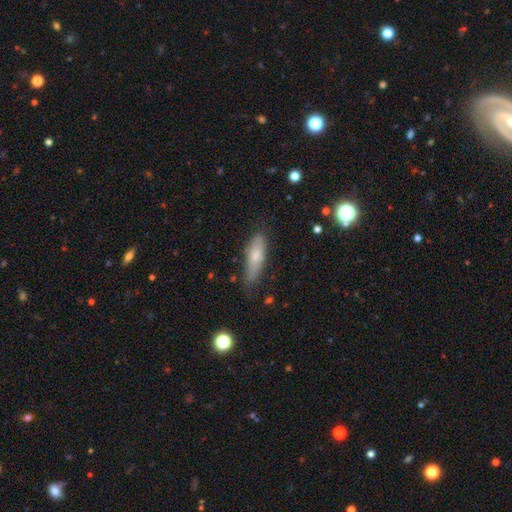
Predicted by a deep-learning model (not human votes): This is likely a smooth galaxy (71%). How rounded: possibly cigar-shaped (52%). Merging: likely none (71%).